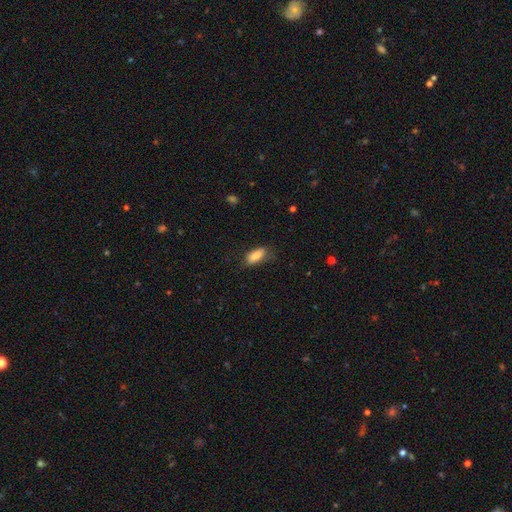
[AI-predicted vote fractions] Morphology: type=smooth (85%); roundness=in between (80%); merging=none (70%).